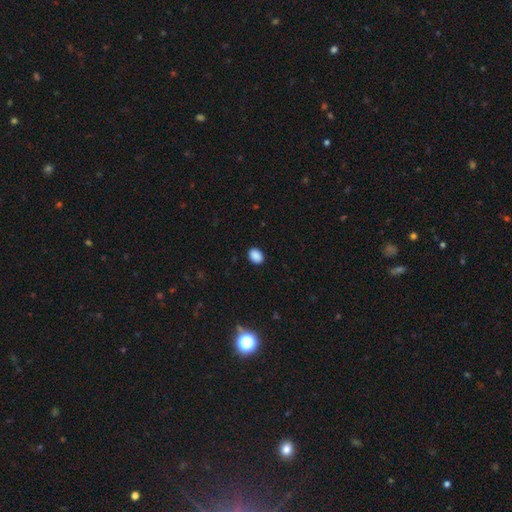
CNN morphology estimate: A smooth galaxy with no disk features (89%) that is in between round and cigar-shaped (75%). Merging: none (90%).